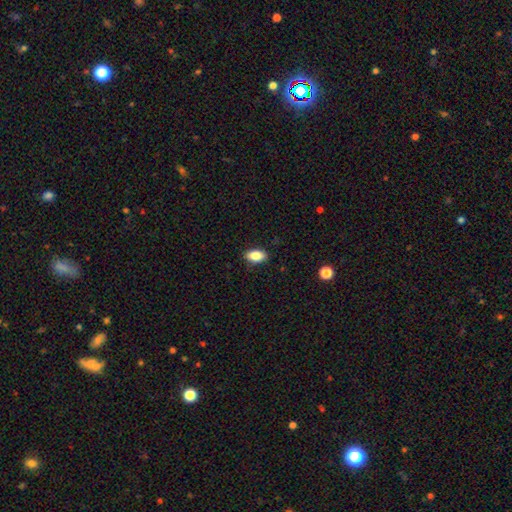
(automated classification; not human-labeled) Smooth or featured: smooth — 85% (star or artifact — 8%)
How rounded: in between — 90% (round — 7%)
Merging: none — 88% (minor disturbance — 9%)